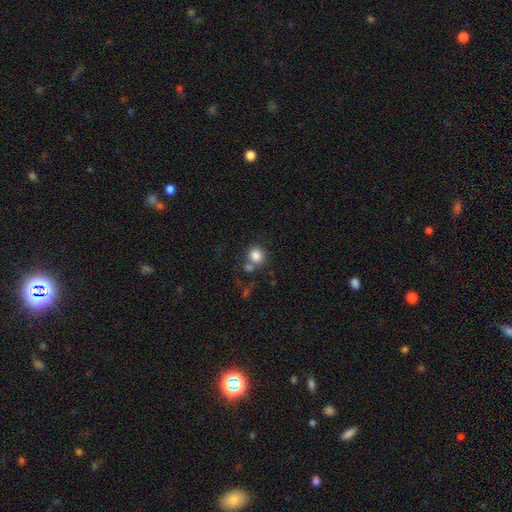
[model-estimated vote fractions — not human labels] Overall: smooth (83%). How rounded: round (79%). Merging: none (60%; merger 24%).